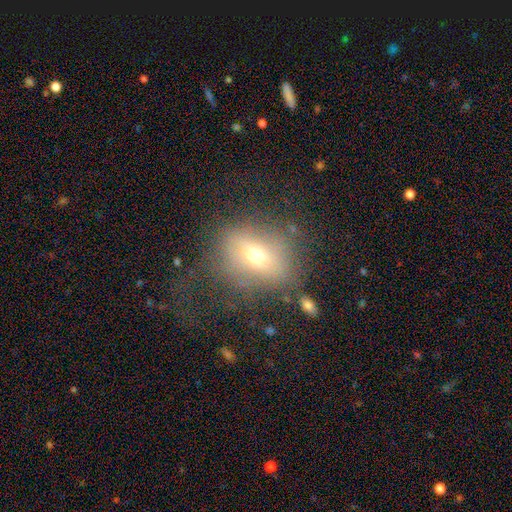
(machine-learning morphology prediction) smooth_or_featured: smooth (p=0.57) [alt: featured or disk p=0.30]
how_rounded: round (p=0.50) [alt: in between p=0.48]
merging: none (p=0.49) [alt: major disturbance p=0.26]